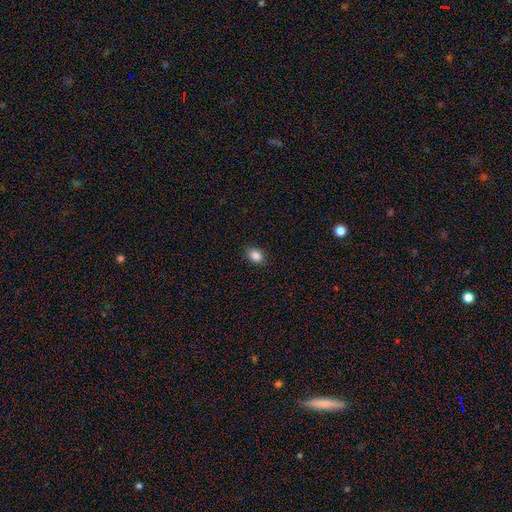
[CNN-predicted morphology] Smooth or featured?
  - smooth: 86% *
  - star or artifact: 10%
  - featured or disk: 4%
How rounded?
  - in between: 63% *
  - round: 36%
  - cigar-shaped: 1%
Merging?
  - none: 89% *
  - minor disturbance: 8%
  - major disturbance: 2%
  - merger: 1%